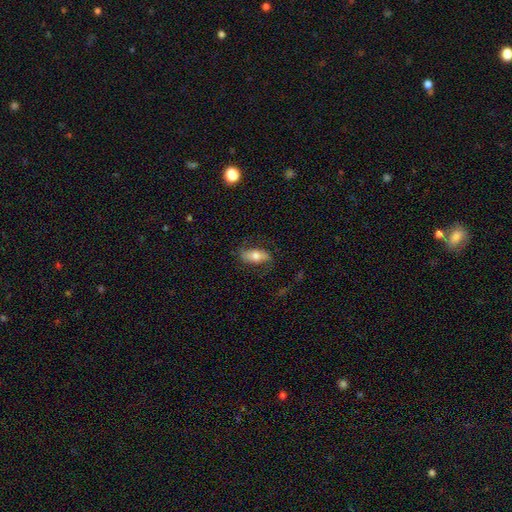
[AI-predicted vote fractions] smooth-or-featured: smooth: 61% | featured or disk: 32% | star or artifact: 7%
  how-rounded: in between: 83% | cigar-shaped: 13% | round: 4%
  merging: none: 72% | minor disturbance: 17% | major disturbance: 9% | merger: 1%